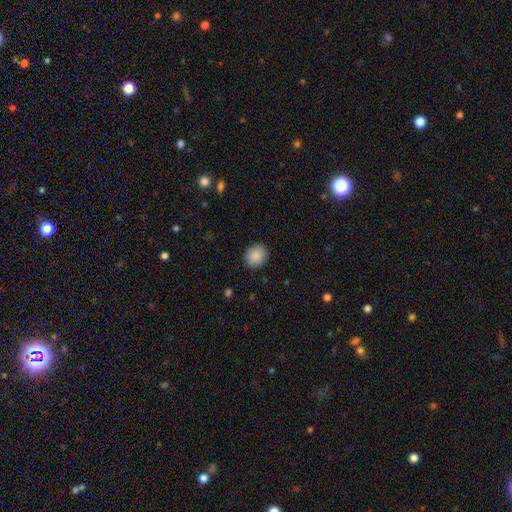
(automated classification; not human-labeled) Smooth or featured?
  - smooth: 89% *
  - star or artifact: 8%
  - featured or disk: 3%
How rounded?
  - round: 70% *
  - in between: 29%
  - cigar-shaped: 1%
Merging?
  - none: 89% *
  - minor disturbance: 8%
  - major disturbance: 2%
  - merger: 1%